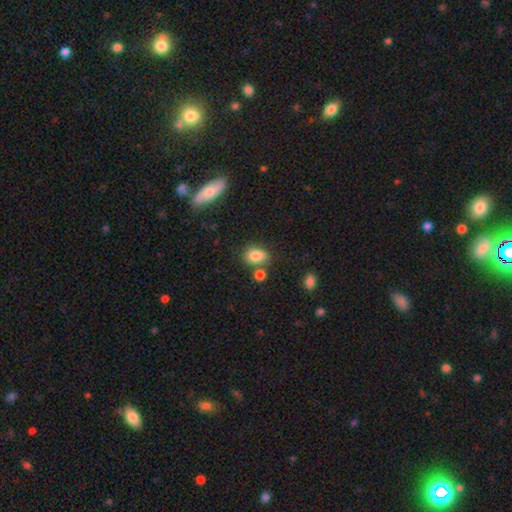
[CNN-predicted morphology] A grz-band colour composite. It shows a smooth galaxy with no disk features (82%) that is in between round and cigar-shaped (68%). Merging: none (64%).